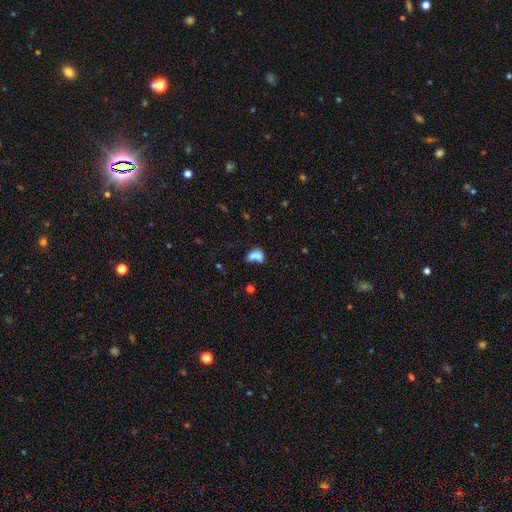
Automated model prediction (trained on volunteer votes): smooth_or_featured: smooth (p=0.71) [alt: featured or disk p=0.16]
how_rounded: in between (p=0.79) [alt: round p=0.16]
merging: merger (p=0.36) [alt: none p=0.27]